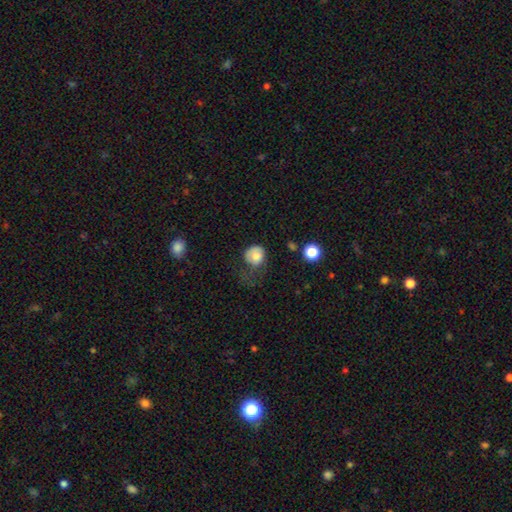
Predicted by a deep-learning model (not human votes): Q: Smooth or featured?
A: smooth (75%); runner-up: featured or disk (16%)
Q: How rounded?
A: round (77%); runner-up: in between (22%)
Q: Merging?
A: major disturbance (34%); runner-up: none (33%)